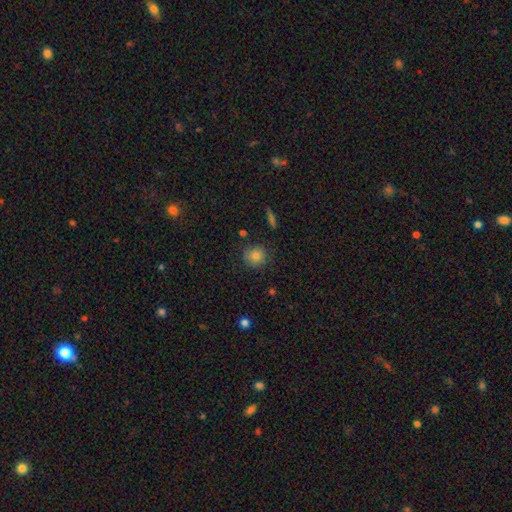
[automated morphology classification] A smooth galaxy with no disk features (79%) that is round (90%).

Vote fractions:
- Smooth or featured? smooth: 79% / star or artifact: 12% / featured or disk: 9%
- How rounded? round: 90% / in between: 8% / cigar-shaped: 1%
- Merging? none: 84% / minor disturbance: 11% / major disturbance: 3% / merger: 2%